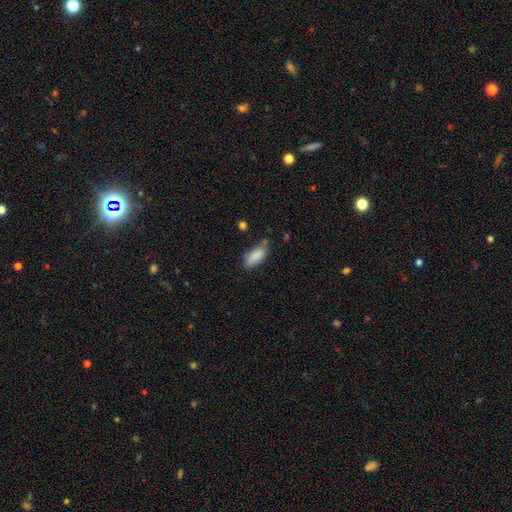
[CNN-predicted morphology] Smooth or featured?
  - smooth: 86% *
  - featured or disk: 7%
  - star or artifact: 7%
How rounded?
  - in between: 87% *
  - cigar-shaped: 11%
  - round: 2%
Merging?
  - none: 65% *
  - minor disturbance: 26%
  - major disturbance: 5%
  - merger: 4%